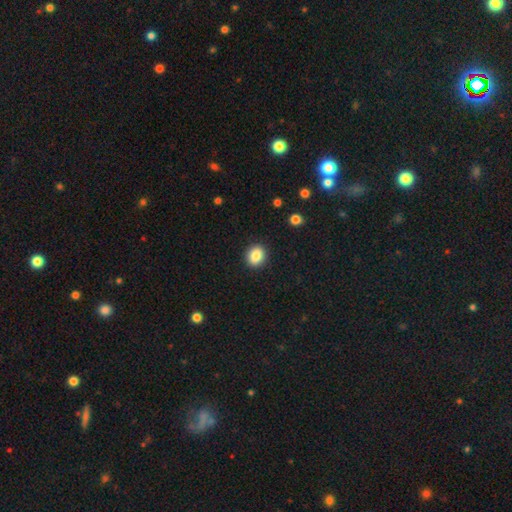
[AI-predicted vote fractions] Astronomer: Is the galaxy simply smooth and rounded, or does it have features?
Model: smooth — 86%.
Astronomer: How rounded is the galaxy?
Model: round — 63%.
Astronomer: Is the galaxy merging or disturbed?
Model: none — 91%.